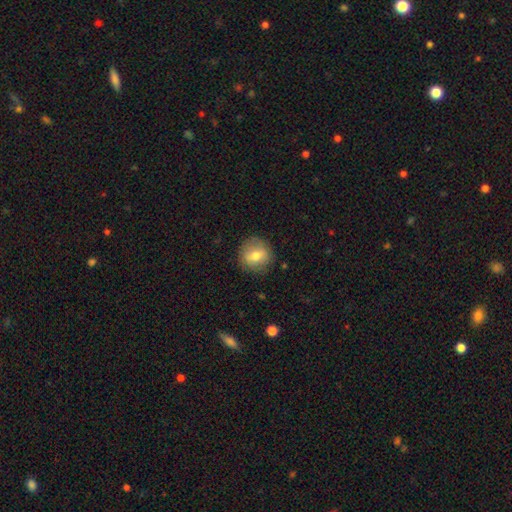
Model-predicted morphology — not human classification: Smooth or featured? smooth (69%)
How rounded? round (85%)
Merging? none (84%)